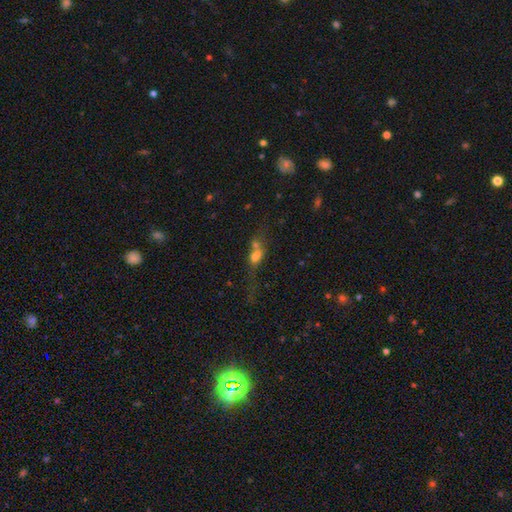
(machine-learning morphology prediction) smooth 58%, featured or disk 28%, star or artifact 14%. Down the decision tree: how rounded — in between (59%); merging — merger (45%).